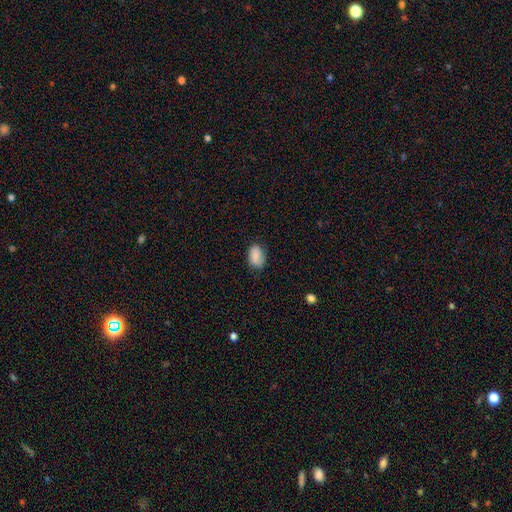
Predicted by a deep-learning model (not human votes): smooth_or_featured: smooth (p=0.80) [alt: featured or disk p=0.12]
how_rounded: in between (p=0.85) [alt: round p=0.13]
merging: none (p=0.72) [alt: minor disturbance p=0.22]